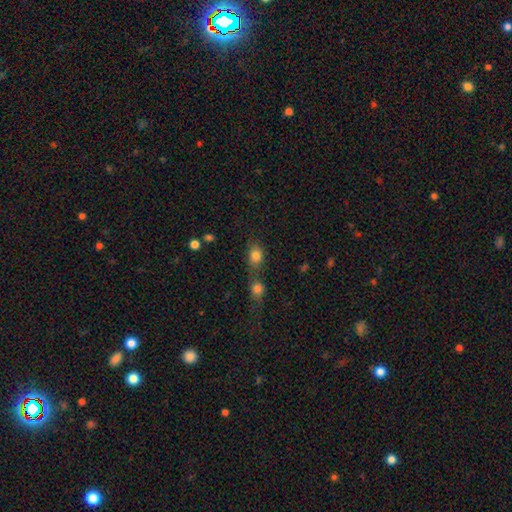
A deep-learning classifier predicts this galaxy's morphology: A smooth galaxy with no disk features (81%) that is in between round and cigar-shaped (52%).

Vote fractions:
- Smooth or featured? smooth: 81% / star or artifact: 12% / featured or disk: 7%
- How rounded? in between: 52% / round: 47% / cigar-shaped: 2%
- Merging? none: 45% / merger: 40% / minor disturbance: 10% / major disturbance: 5%